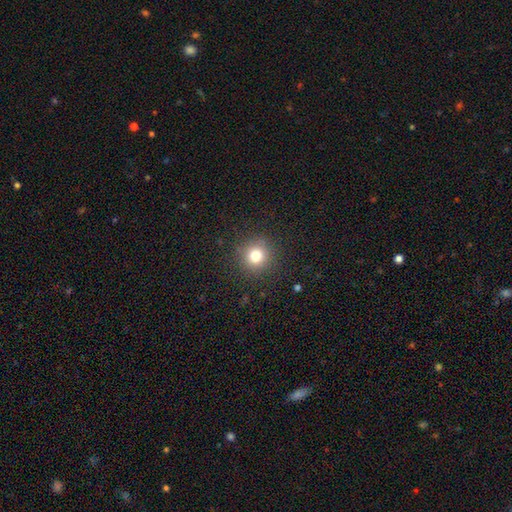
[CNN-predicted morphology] The model was most divided on "smooth or featured": smooth: 79%, star or artifact: 13%, featured or disk: 7%. More confident: how rounded — round (93%); merging — none (89%).